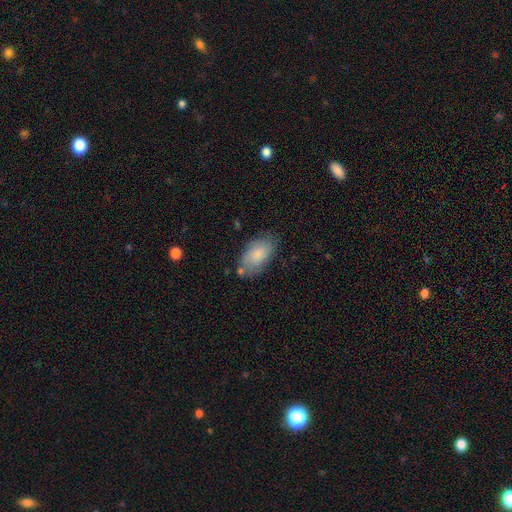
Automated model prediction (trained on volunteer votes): This is clearly a smooth galaxy (81%). How rounded: clearly in between (94%). Merging: likely none (69%).